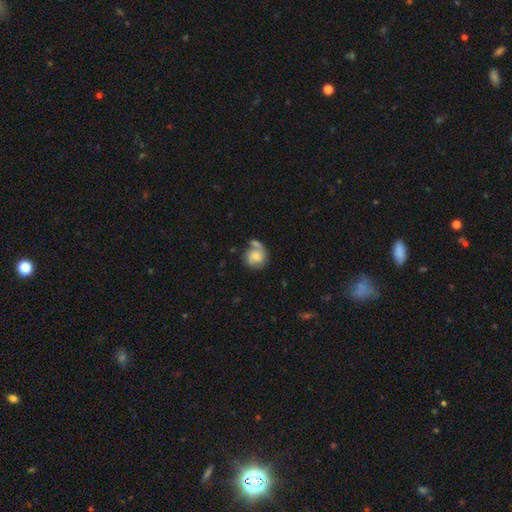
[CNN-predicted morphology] Smooth or featured?
  - featured or disk: 49% *
  - smooth: 43%
  - star or artifact: 8%
Merging?
  - none: 44% *
  - merger: 27%
  - minor disturbance: 19%
  - major disturbance: 10%